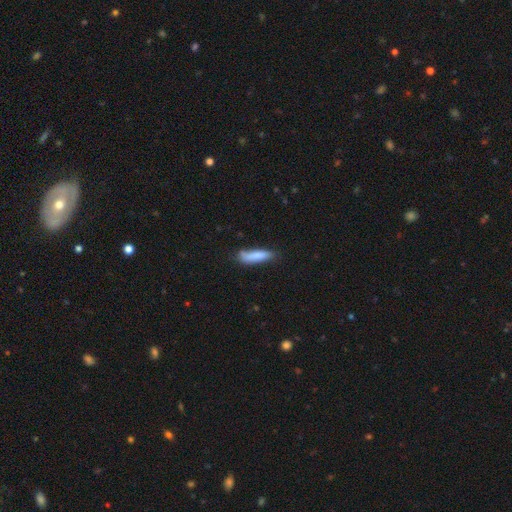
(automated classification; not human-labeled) A smooth galaxy with no disk features (82%) that is cigar-shaped (72%).

Vote fractions:
- Smooth or featured? smooth: 82% / featured or disk: 12% / star or artifact: 6%
- How rounded? cigar-shaped: 72% / in between: 27% / round: 2%
- Merging? none: 66% / minor disturbance: 25% / major disturbance: 6% / merger: 4%